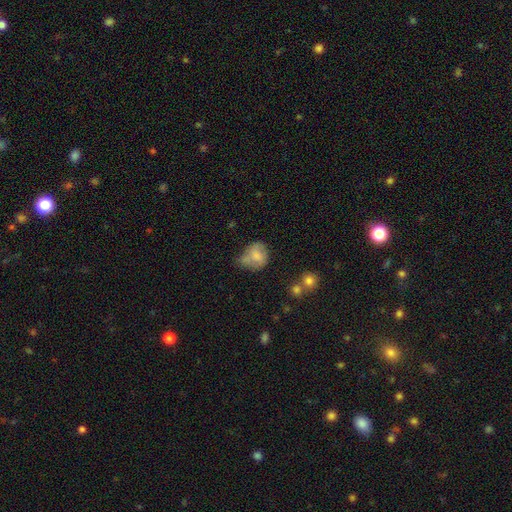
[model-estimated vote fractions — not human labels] Morphology: type=smooth (70%); roundness=round (54%); merging=minor disturbance (36%).